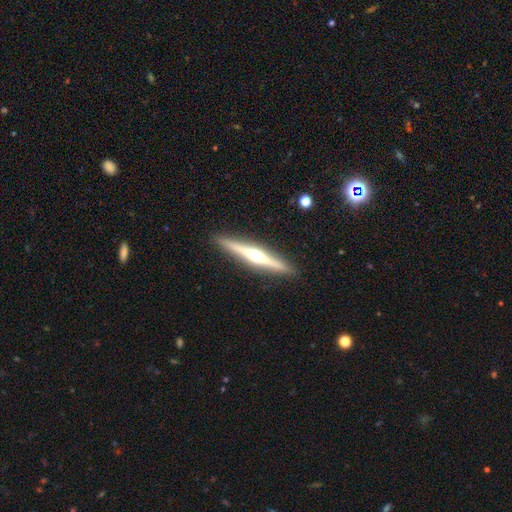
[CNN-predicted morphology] A featured or disk galaxy (77%) viewed edge-on (98%) with a rounded central bulge (93%).

Vote fractions:
- Smooth or featured? featured or disk: 77% / smooth: 18% / star or artifact: 5%
- Edge-on disk? yes: 98% / no: 2%
- Edge-on bulge? rounded: 93% / none: 4% / boxy: 3%
- Merging? none: 92% / minor disturbance: 6% / major disturbance: 1% / merger: 1%